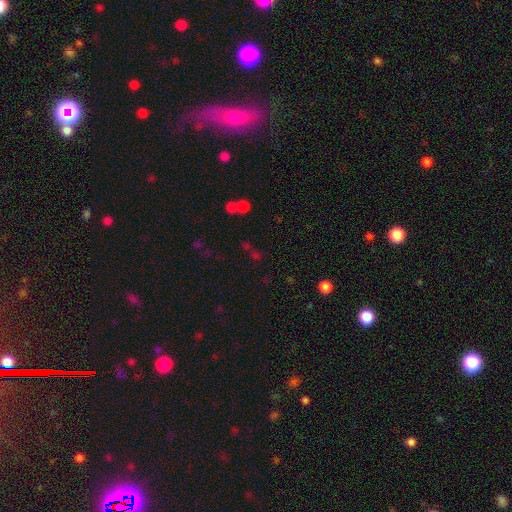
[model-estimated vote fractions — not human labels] Q: Smooth or featured?
A: smooth (47%); runner-up: star or artifact (43%)
Q: Merging?
A: none (54%); runner-up: merger (29%)